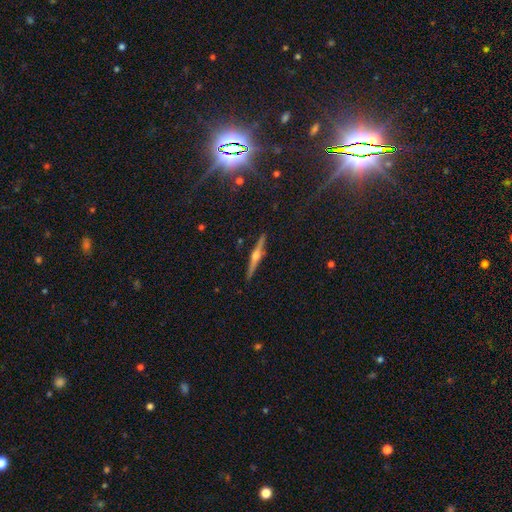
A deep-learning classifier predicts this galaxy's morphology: Overall: featured or disk (79%). Edge-on disk: yes (98%). Edge-on bulge: rounded (93%). Merging: none (91%).